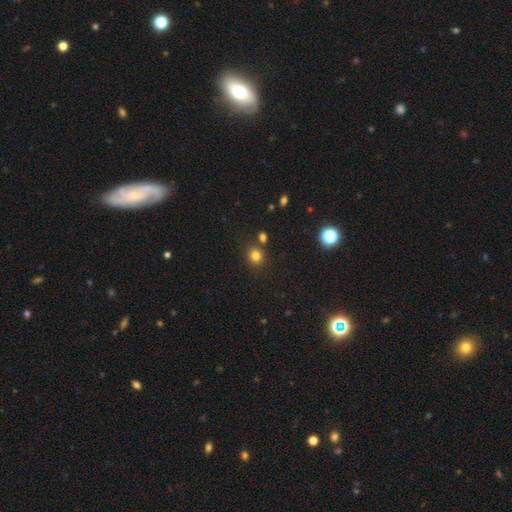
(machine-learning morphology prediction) A smooth galaxy with no disk features (79%) that is round (84%). Merging: none (79%).